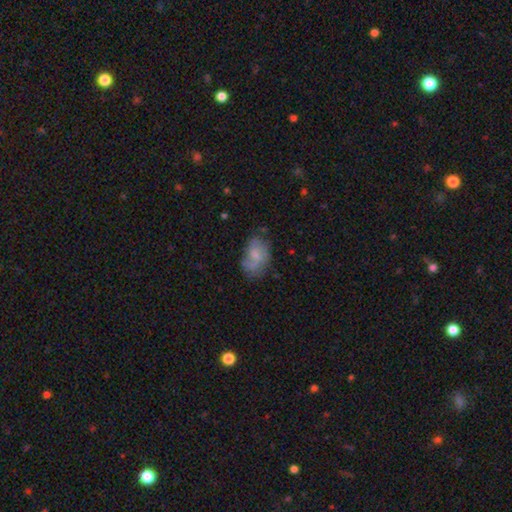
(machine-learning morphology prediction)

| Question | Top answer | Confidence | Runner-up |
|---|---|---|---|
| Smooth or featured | smooth | 62% | featured or disk (29%) |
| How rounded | in between | 86% | round (13%) |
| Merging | none | 47% | minor disturbance (28%) |